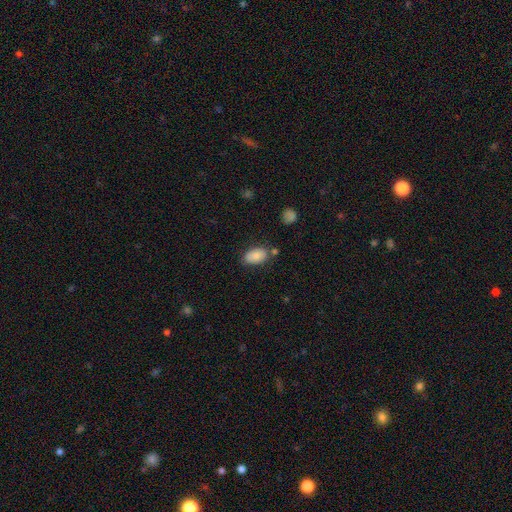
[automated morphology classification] smooth 83%, featured or disk 9%, star or artifact 7%. Down the decision tree: how rounded — in between (92%); merging — none (70%).